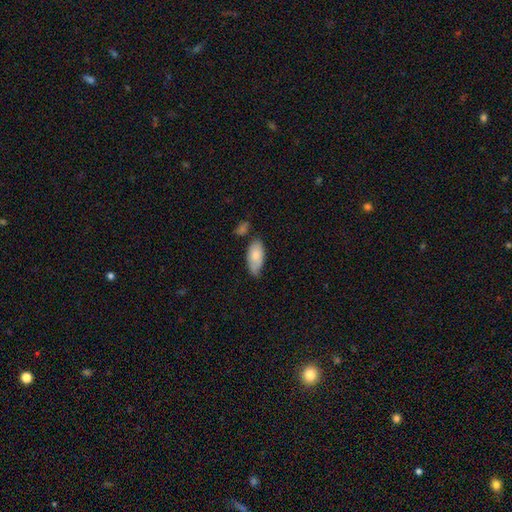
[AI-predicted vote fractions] smooth_or_featured: smooth (p=0.79) [alt: featured or disk p=0.15]
how_rounded: in between (p=0.92) [alt: cigar-shaped p=0.06]
merging: none (p=0.59) [alt: minor disturbance p=0.29]